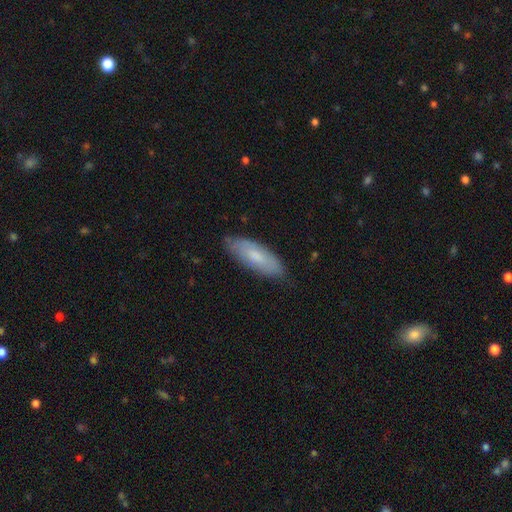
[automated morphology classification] Smooth or featured? Predicted: smooth (p=0.66). How rounded? Predicted: in between (p=0.57). Merging? Predicted: none (p=0.80).